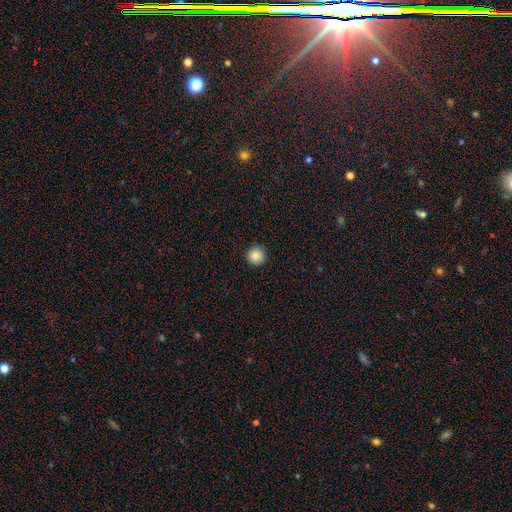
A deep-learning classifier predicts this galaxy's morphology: Smooth or featured?
  - smooth: 87% *
  - star or artifact: 9%
  - featured or disk: 3%
How rounded?
  - round: 96% *
  - in between: 3%
  - cigar-shaped: 1%
Merging?
  - none: 93% *
  - minor disturbance: 5%
  - major disturbance: 2%
  - merger: 1%